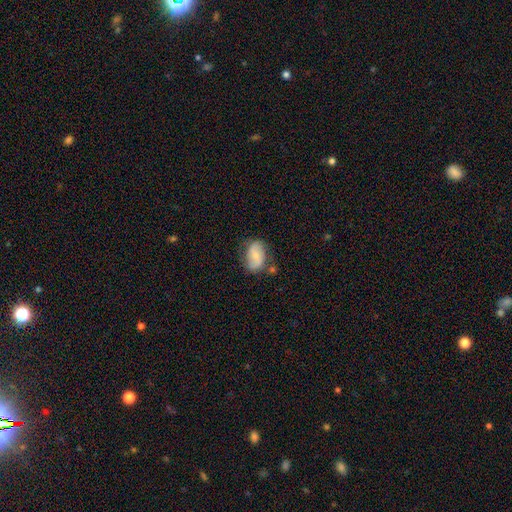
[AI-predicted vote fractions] smooth 49%, featured or disk 43%, star or artifact 7%. Down the decision tree: merging — none (61%).